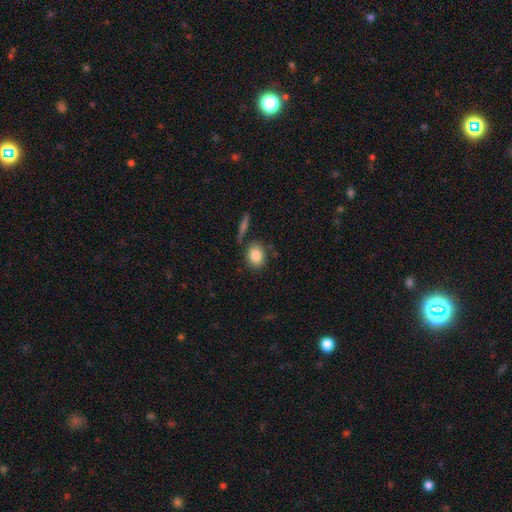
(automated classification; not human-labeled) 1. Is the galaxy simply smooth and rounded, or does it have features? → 84% smooth, 8% featured or disk, 8% star or artifact.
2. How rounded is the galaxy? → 56% in between, 42% round, 2% cigar-shaped.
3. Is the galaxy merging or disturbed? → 76% none, 13% minor disturbance, 8% merger, 4% major disturbance.